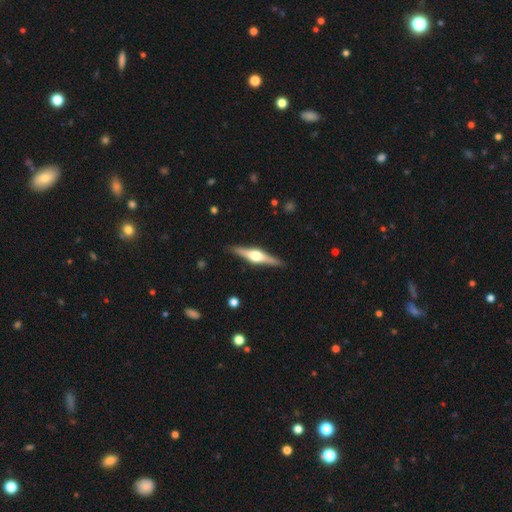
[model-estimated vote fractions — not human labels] Smooth or featured? Predicted: featured or disk (p=0.78). Edge-on disk? Predicted: yes (p=0.98). Edge-on bulge? Predicted: rounded (p=0.94). Merging? Predicted: none (p=0.90).